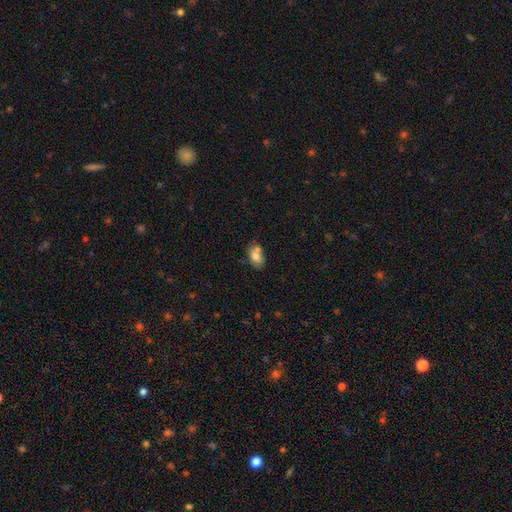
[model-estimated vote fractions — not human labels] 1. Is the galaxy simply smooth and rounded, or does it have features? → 73% smooth, 18% featured or disk, 9% star or artifact.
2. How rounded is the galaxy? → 84% in between, 15% round, 2% cigar-shaped.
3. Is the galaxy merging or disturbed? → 49% none, 31% merger, 16% minor disturbance, 5% major disturbance.